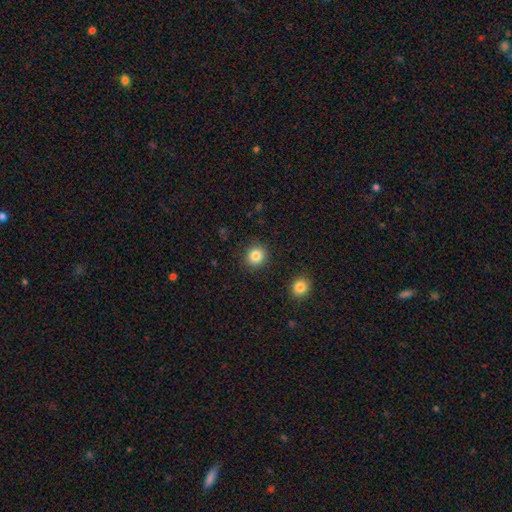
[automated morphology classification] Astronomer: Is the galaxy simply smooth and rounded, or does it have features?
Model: smooth — 85%.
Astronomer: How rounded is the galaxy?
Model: round — 90%.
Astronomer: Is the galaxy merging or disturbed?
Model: none — 90%.